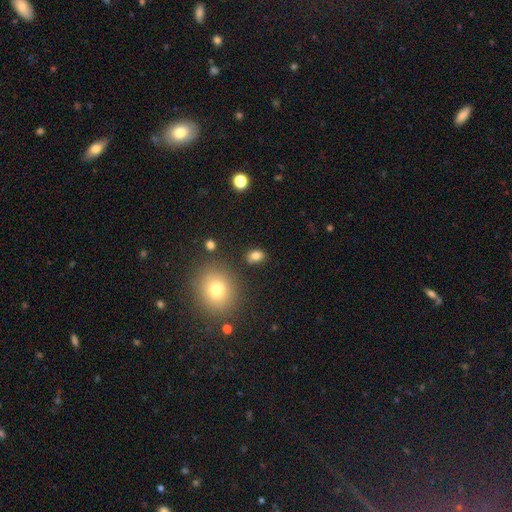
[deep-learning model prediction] Smooth or featured: smooth — 81% (star or artifact — 13%)
How rounded: in between — 67% (round — 32%)
Merging: none — 79% (minor disturbance — 12%)